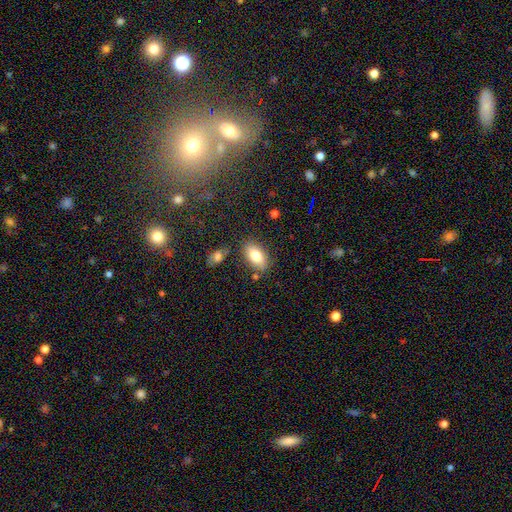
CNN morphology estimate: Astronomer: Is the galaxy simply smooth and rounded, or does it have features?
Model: smooth — 79%.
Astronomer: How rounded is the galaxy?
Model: in between — 92%.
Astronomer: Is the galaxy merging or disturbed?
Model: none — 79%.